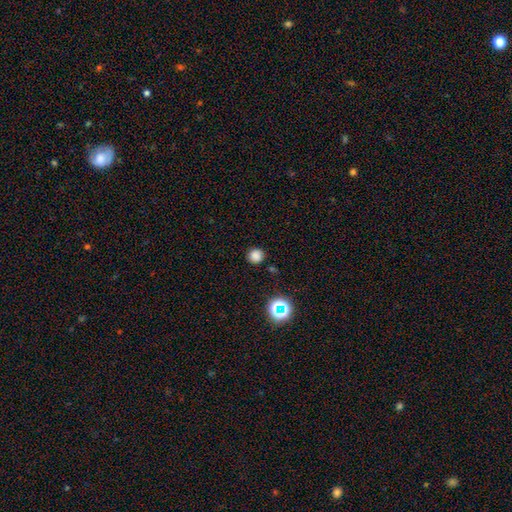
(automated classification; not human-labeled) smooth 79%, star or artifact 17%, featured or disk 4%. Down the decision tree: how rounded — round (91%); merging — none (88%).